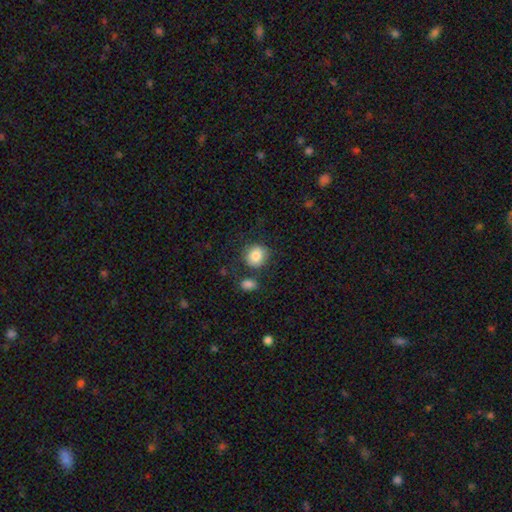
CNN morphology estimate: The model was most divided on "merging": none: 72%, minor disturbance: 13%, merger: 10%, major disturbance: 5%. More confident: smooth or featured — smooth (85%); how rounded — round (80%).